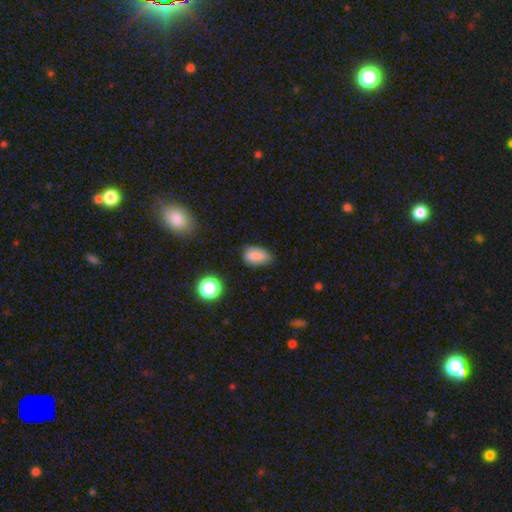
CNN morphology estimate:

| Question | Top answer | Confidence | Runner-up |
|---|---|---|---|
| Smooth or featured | smooth | 85% | star or artifact (10%) |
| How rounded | in between | 89% | round (9%) |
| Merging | none | 72% | minor disturbance (22%) |